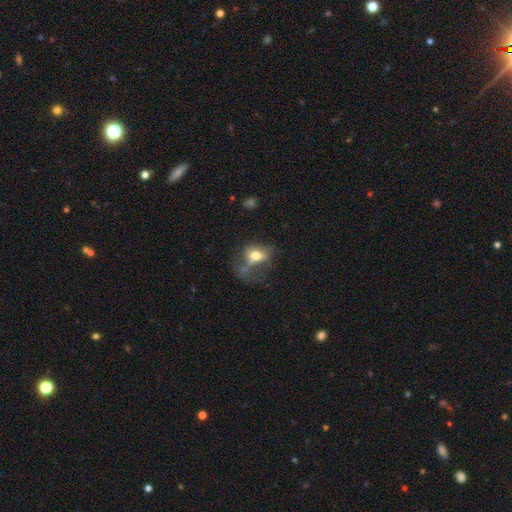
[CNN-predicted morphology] smooth_or_featured: smooth (p=0.63) [alt: featured or disk p=0.26]
how_rounded: in between (p=0.66) [alt: round p=0.32]
merging: major disturbance (p=0.42) [alt: none p=0.21]